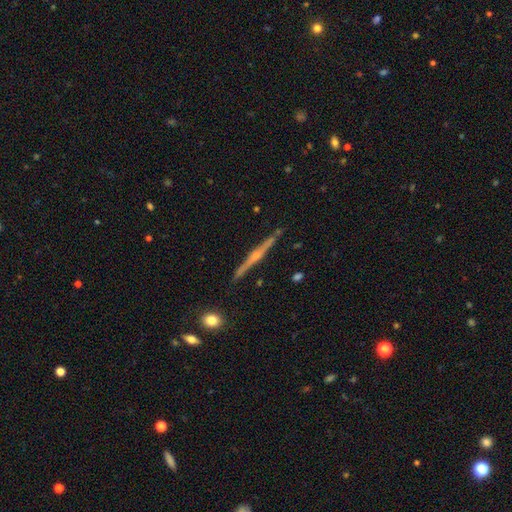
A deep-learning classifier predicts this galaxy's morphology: This is clearly a featured or disk galaxy (83%). It is clearly viewed edge-on (98%). Edge-on bulge: clearly rounded (86%). Merging: clearly none (90%).